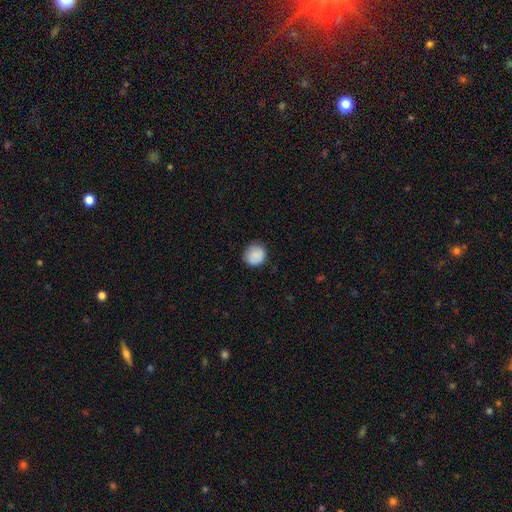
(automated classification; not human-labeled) smooth_or_featured: smooth (p=0.86) [alt: star or artifact p=0.08]
how_rounded: round (p=0.89) [alt: in between p=0.10]
merging: none (p=0.83) [alt: minor disturbance p=0.13]